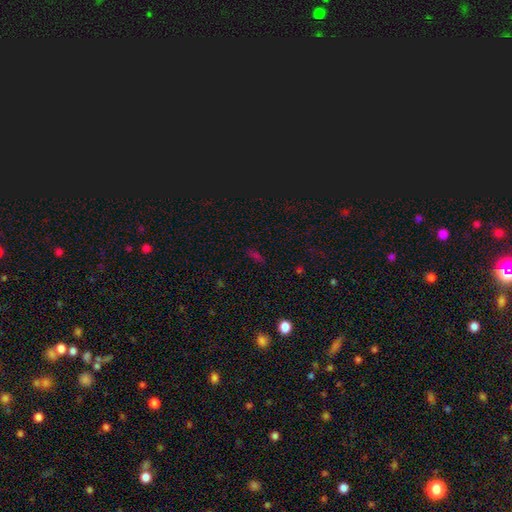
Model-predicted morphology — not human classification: Overall: smooth (48%; star or artifact 41%). Merging: none (77%).